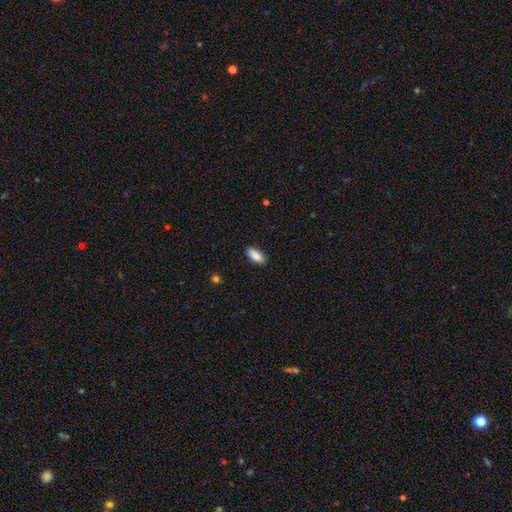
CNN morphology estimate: This appears to be a smooth galaxy with no disk features (87%) that is in between round and cigar-shaped (81%). Merging: none (88%).